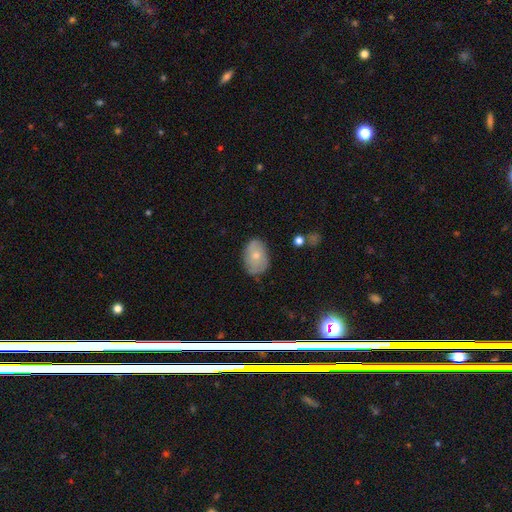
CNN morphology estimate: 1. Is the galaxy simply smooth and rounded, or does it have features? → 67% smooth, 27% featured or disk, 7% star or artifact.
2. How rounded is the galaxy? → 82% in between, 17% round, 1% cigar-shaped.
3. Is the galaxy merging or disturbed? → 71% none, 23% minor disturbance, 5% major disturbance, 2% merger.